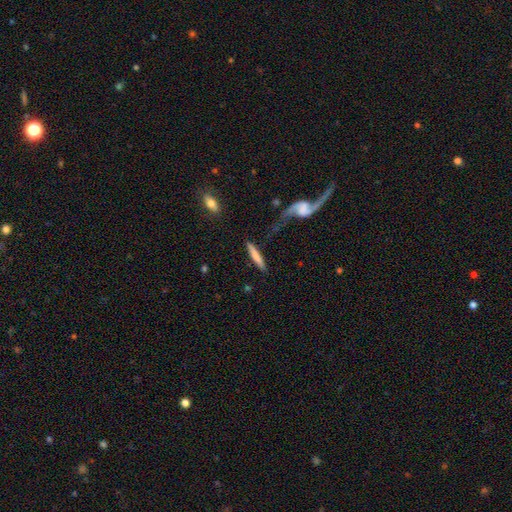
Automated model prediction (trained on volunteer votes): Smooth or featured?
  - smooth: 60% *
  - featured or disk: 34%
  - star or artifact: 6%
How rounded?
  - cigar-shaped: 90% *
  - in between: 8%
  - round: 2%
Merging?
  - none: 73% *
  - minor disturbance: 14%
  - merger: 7%
  - major disturbance: 7%